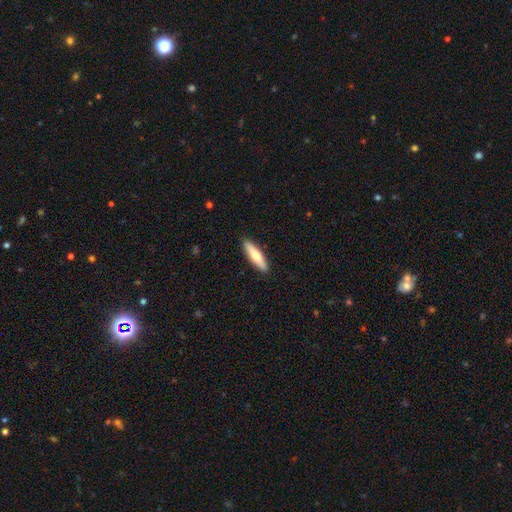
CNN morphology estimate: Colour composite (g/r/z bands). It shows a smooth galaxy with no disk features (56%) that is cigar-shaped (69%). Merging: none (91%).